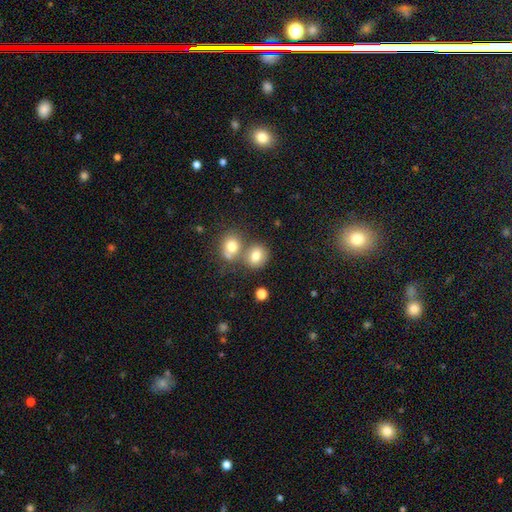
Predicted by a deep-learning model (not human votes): Smooth or featured?
  - smooth: 77% *
  - star or artifact: 12%
  - featured or disk: 11%
How rounded?
  - round: 67% *
  - in between: 32%
  - cigar-shaped: 1%
Merging?
  - none: 51% *
  - merger: 35%
  - minor disturbance: 10%
  - major disturbance: 4%